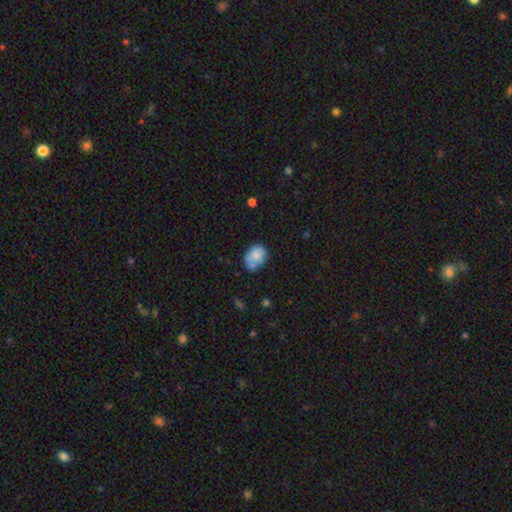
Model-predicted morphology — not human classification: Smooth or featured? Predicted: smooth (p=0.71). How rounded? Predicted: in between (p=0.55). Merging? Predicted: none (p=0.50).